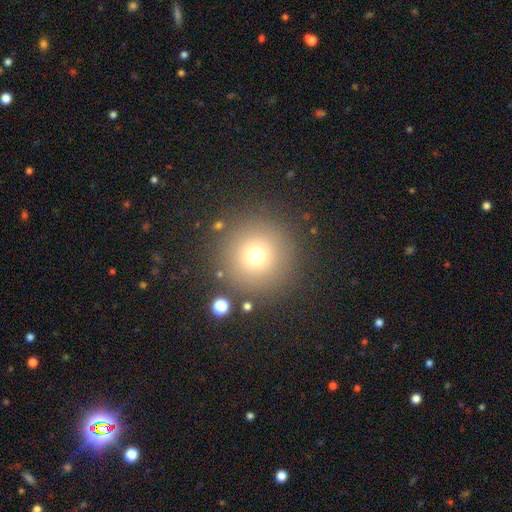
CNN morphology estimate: smooth-or-featured: smooth: 71% | star or artifact: 18% | featured or disk: 11%
  how-rounded: round: 96% | in between: 3% | cigar-shaped: 1%
  merging: none: 87% | minor disturbance: 6% | major disturbance: 3% | merger: 3%